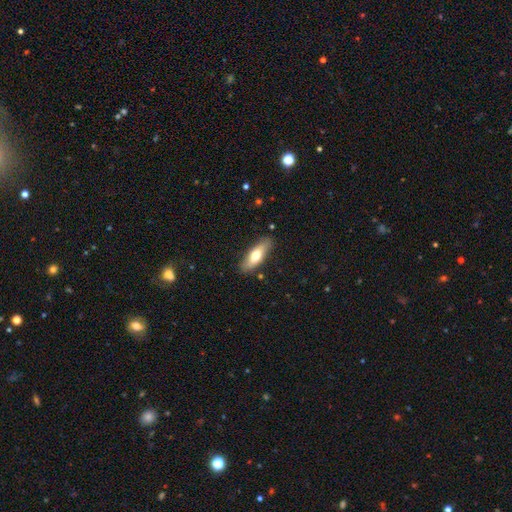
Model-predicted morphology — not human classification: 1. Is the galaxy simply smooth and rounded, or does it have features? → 65% smooth, 30% featured or disk, 6% star or artifact.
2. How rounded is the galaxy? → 58% in between, 39% cigar-shaped, 2% round.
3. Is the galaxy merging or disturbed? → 85% none, 11% minor disturbance, 2% major disturbance, 1% merger.